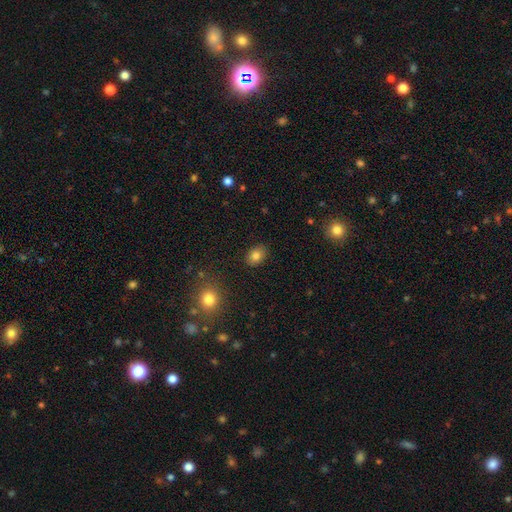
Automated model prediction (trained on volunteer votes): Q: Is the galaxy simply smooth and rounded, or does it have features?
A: smooth — 82%.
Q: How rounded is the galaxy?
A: in between — 66%.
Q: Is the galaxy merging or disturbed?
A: none — 87%.